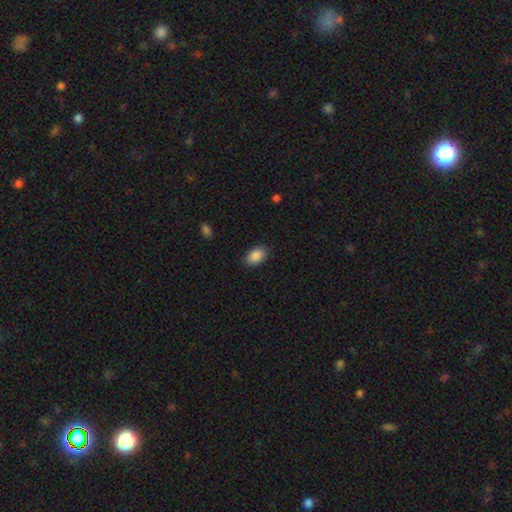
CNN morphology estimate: Smooth or featured: smooth — 89% (star or artifact — 7%)
How rounded: in between — 90% (round — 9%)
Merging: none — 86% (minor disturbance — 10%)